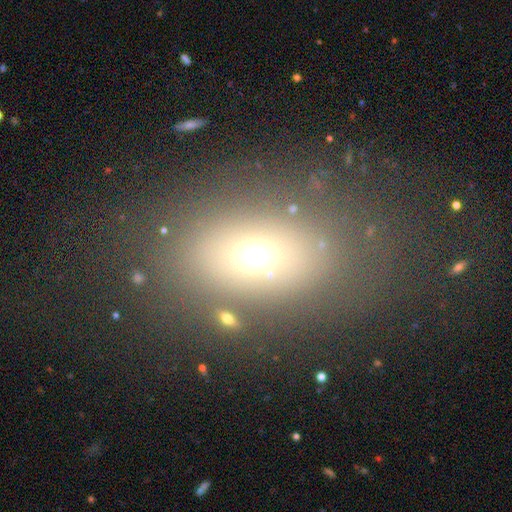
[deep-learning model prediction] smooth-or-featured: smooth: 63% | star or artifact: 20% | featured or disk: 17%
  how-rounded: in between: 69% | round: 28% | cigar-shaped: 2%
  merging: none: 72% | minor disturbance: 13% | major disturbance: 11% | merger: 4%